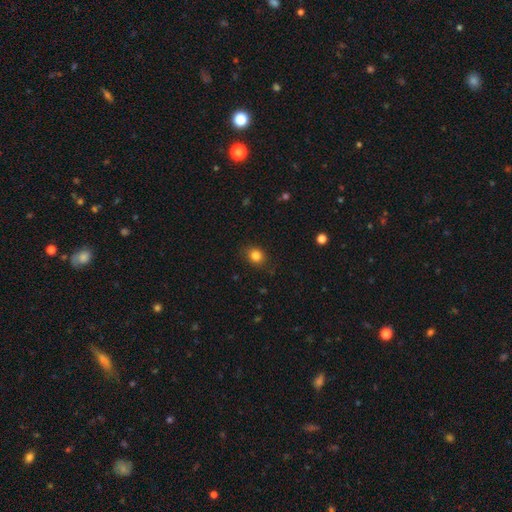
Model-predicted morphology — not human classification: smooth 83%, star or artifact 11%, featured or disk 6%. Down the decision tree: how rounded — round (64%); merging — none (84%).